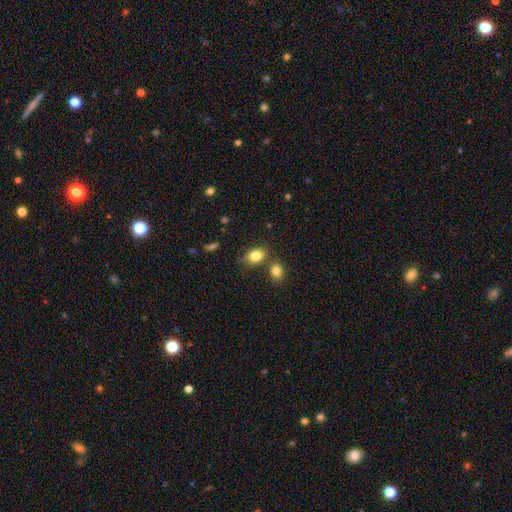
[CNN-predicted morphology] smooth-or-featured: smooth: 84% | star or artifact: 9% | featured or disk: 8%
  how-rounded: in between: 81% | round: 18% | cigar-shaped: 1%
  merging: none: 66% | merger: 17% | minor disturbance: 13% | major disturbance: 4%